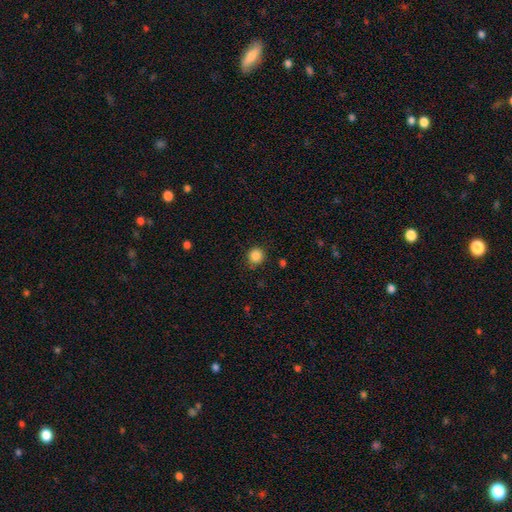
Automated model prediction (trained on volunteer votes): smooth_or_featured: smooth (p=0.86) [alt: star or artifact p=0.10]
how_rounded: round (p=0.92) [alt: in between p=0.07]
merging: none (p=0.87) [alt: minor disturbance p=0.09]